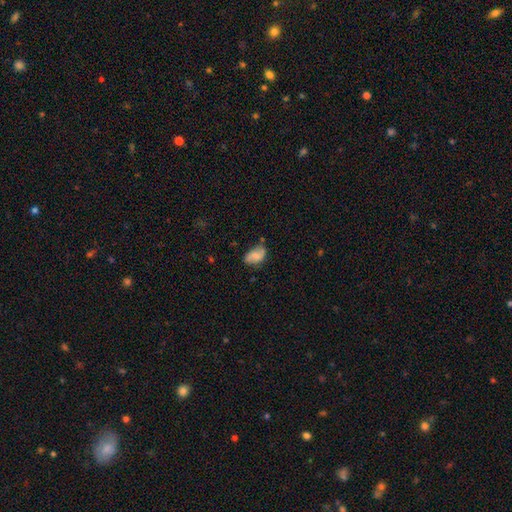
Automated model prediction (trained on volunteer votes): The model was most divided on "merging": none: 51%, minor disturbance: 33%, major disturbance: 10%, merger: 6%. More confident: how rounded — in between (87%); smooth or featured — smooth (64%).